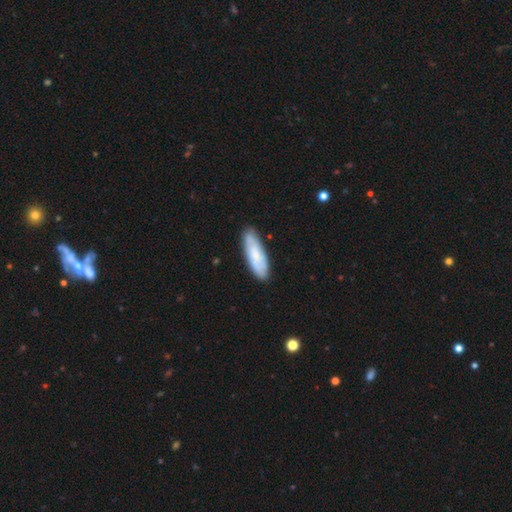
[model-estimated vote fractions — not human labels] Q: Smooth or featured?
A: smooth (60%); runner-up: featured or disk (34%)
Q: How rounded?
A: cigar-shaped (49%); tied with: in between (49%)
Q: Merging?
A: none (85%); runner-up: minor disturbance (11%)